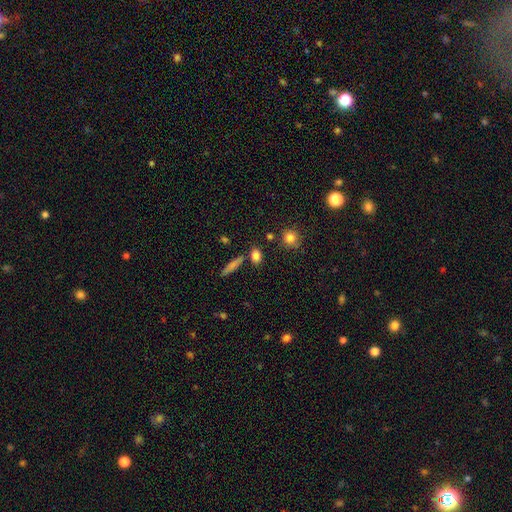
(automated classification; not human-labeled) Overall: smooth (81%). How rounded: in between (53%; round 33%). Merging: none (77%).